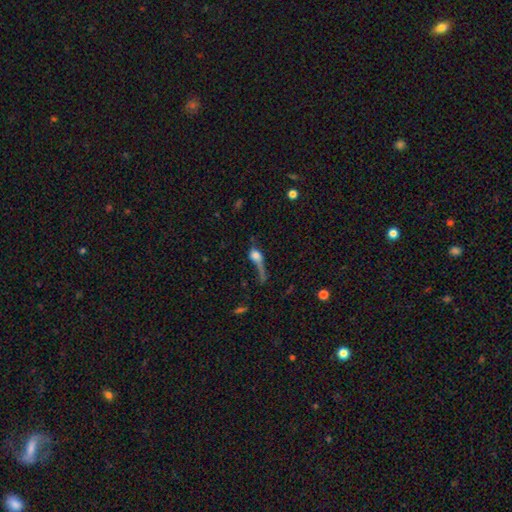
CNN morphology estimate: A smooth galaxy with no disk features (56%) that is in between round and cigar-shaped (49%).

Vote fractions:
- Smooth or featured? smooth: 56% / featured or disk: 30% / star or artifact: 14%
- How rounded? in between: 49% / round: 34% / cigar-shaped: 16%
- Merging? major disturbance: 51% / none: 20% / merger: 15% / minor disturbance: 14%